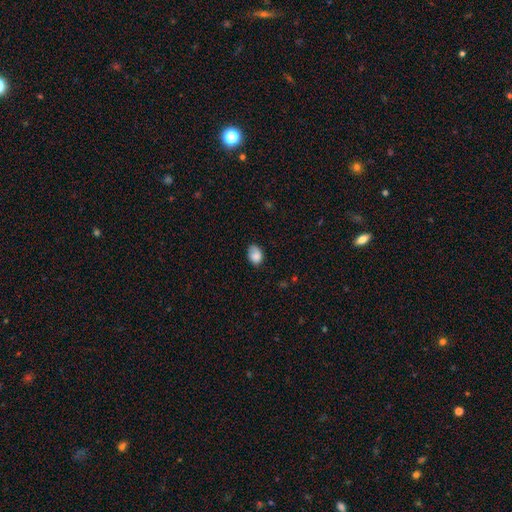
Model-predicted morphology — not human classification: Smooth or featured: smooth — 85% (star or artifact — 8%)
How rounded: in between — 79% (round — 20%)
Merging: none — 61% (minor disturbance — 30%)